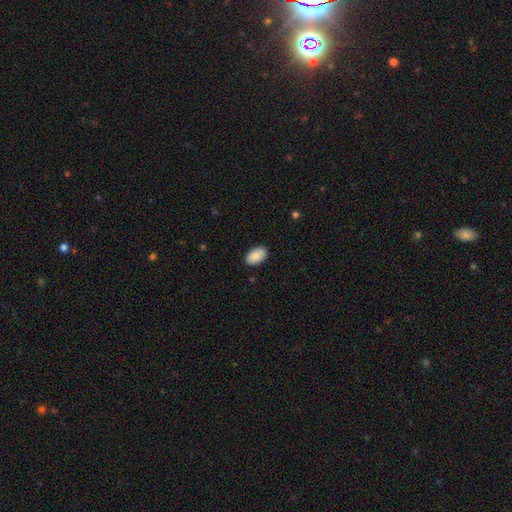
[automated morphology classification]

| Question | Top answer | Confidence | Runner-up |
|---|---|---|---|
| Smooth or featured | smooth | 88% | star or artifact (6%) |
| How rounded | in between | 94% | round (5%) |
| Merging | none | 88% | minor disturbance (9%) |